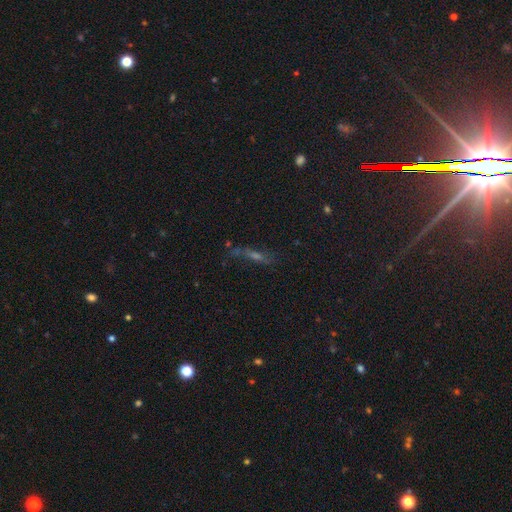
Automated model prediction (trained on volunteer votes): Smooth or featured? featured or disk (36%)
Merging? none (62%)